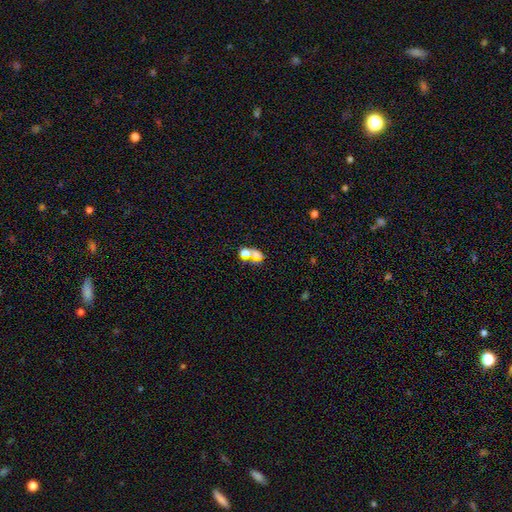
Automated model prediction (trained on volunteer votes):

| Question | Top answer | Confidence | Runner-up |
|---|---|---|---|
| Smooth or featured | smooth | 49% | star or artifact (29%) |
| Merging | merger | 42% | none (37%) |